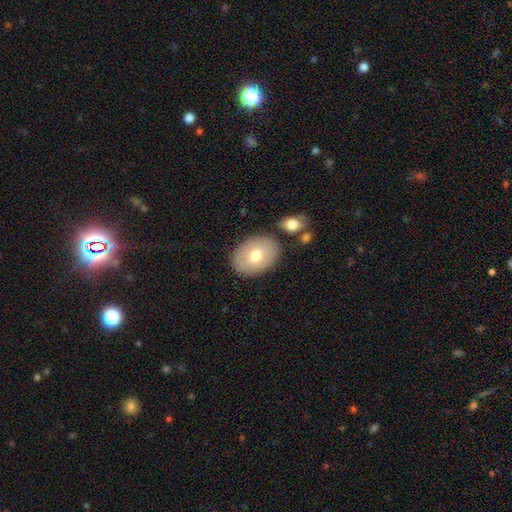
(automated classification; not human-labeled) Morphology: type=smooth (66%); roundness=in between (78%); merging=none (80%).